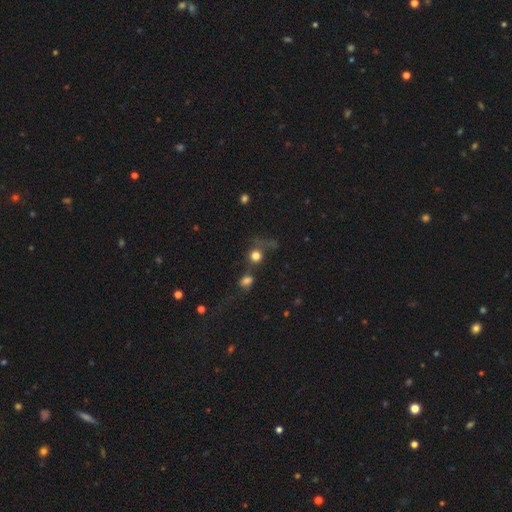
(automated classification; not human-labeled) A smooth galaxy with no disk features (72%) that is round (87%).

Vote fractions:
- Smooth or featured? smooth: 72% / star or artifact: 17% / featured or disk: 11%
- How rounded? round: 87% / in between: 12% / cigar-shaped: 2%
- Merging? none: 45% / merger: 28% / major disturbance: 15% / minor disturbance: 12%